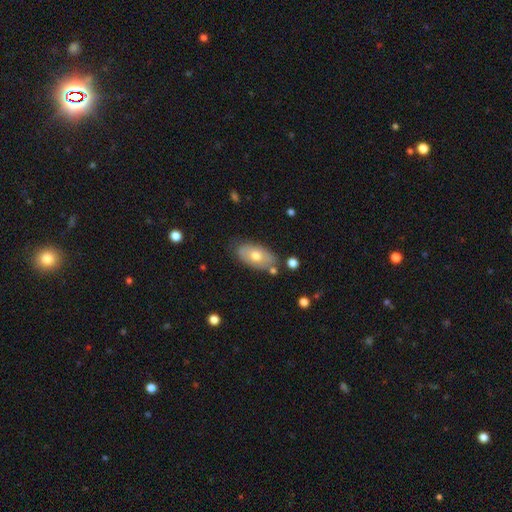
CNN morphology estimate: A smooth galaxy with no disk features (63%) that is in between round and cigar-shaped (92%).

Vote fractions:
- Smooth or featured? smooth: 63% / featured or disk: 31% / star or artifact: 6%
- How rounded? in between: 92% / round: 5% / cigar-shaped: 3%
- Merging? none: 72% / minor disturbance: 18% / merger: 5% / major disturbance: 4%